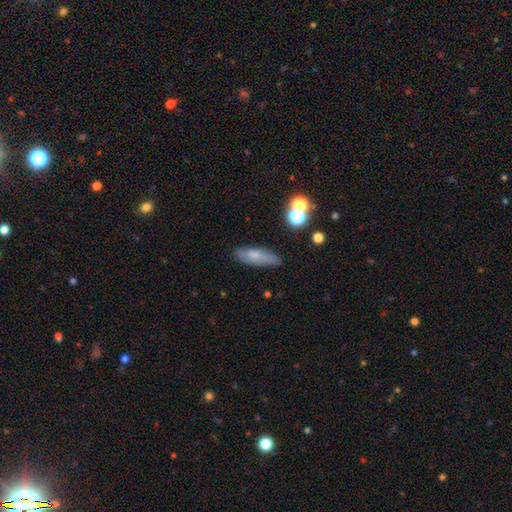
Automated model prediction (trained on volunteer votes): Morphology: type=smooth (69%); roundness=cigar-shaped (52%); merging=none (79%).